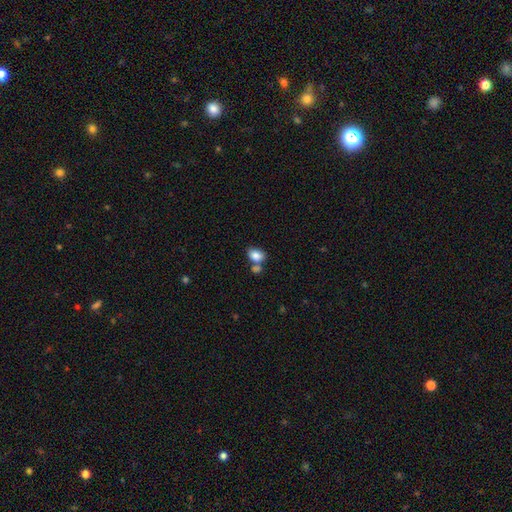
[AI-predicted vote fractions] A smooth galaxy with no disk features (84%) that is in between round and cigar-shaped (80%).

Vote fractions:
- Smooth or featured? smooth: 84% / star or artifact: 8% / featured or disk: 8%
- How rounded? in between: 80% / round: 19% / cigar-shaped: 1%
- Merging? none: 51% / merger: 33% / minor disturbance: 12% / major disturbance: 4%